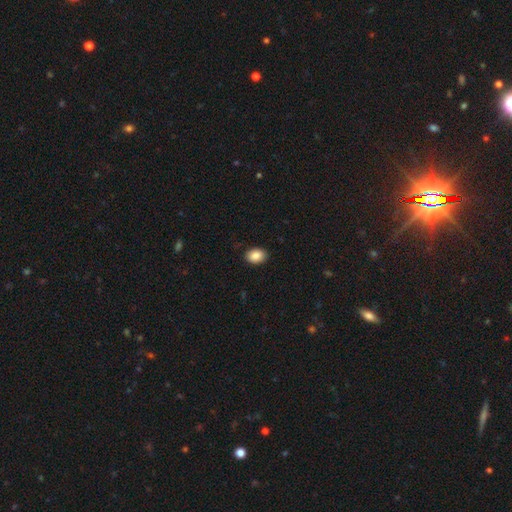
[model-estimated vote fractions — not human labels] This is clearly a smooth galaxy (88%). How rounded: clearly in between (80%). Merging: clearly none (89%).